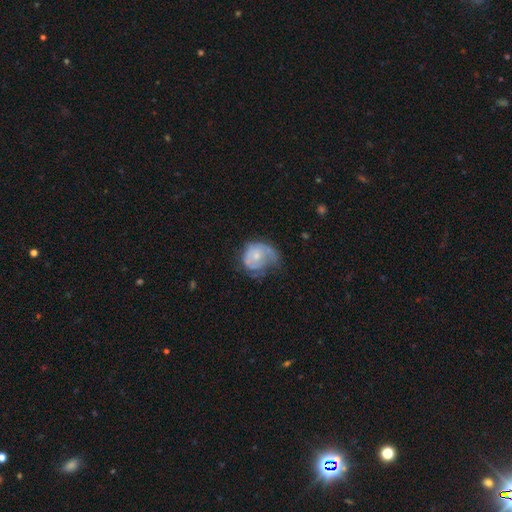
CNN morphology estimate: The model was most divided on "merging": major disturbance: 34%, none: 33%, minor disturbance: 31%, merger: 2%. More confident: edge-on disk — no (98%); bar — no (79%); spiral arms — yes (62%); smooth or featured — featured or disk (57%); bulge size — small (55%).